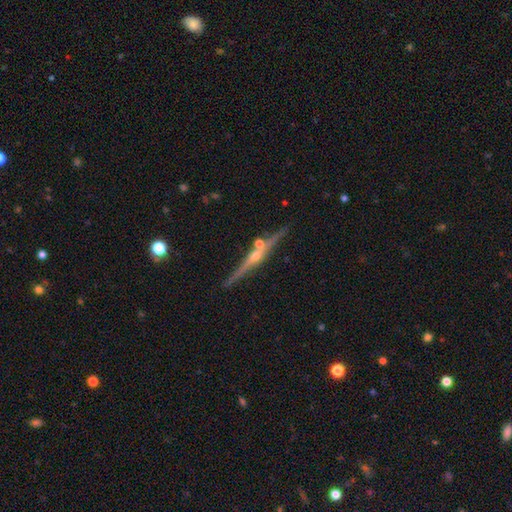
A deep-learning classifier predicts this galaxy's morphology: This is clearly a featured or disk galaxy (82%). It is clearly viewed edge-on (98%). Edge-on bulge: clearly rounded (86%). Merging: clearly none (83%).